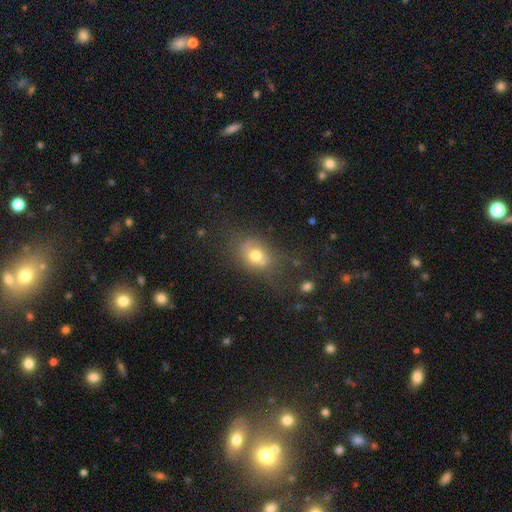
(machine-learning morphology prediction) Q: Smooth or featured?
A: smooth (69%); runner-up: featured or disk (18%)
Q: How rounded?
A: in between (54%); runner-up: round (45%)
Q: Merging?
A: none (52%); runner-up: minor disturbance (23%)